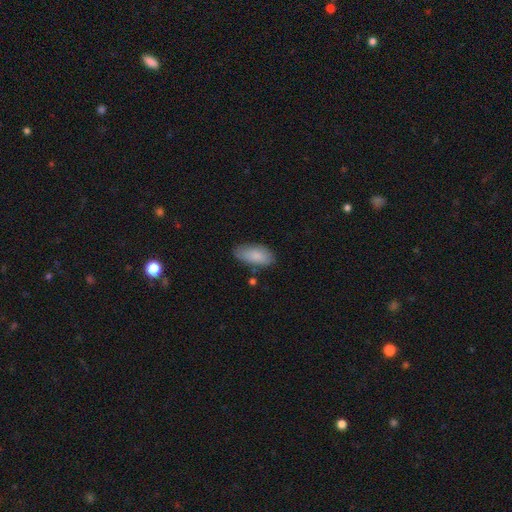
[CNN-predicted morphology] smooth 84%, featured or disk 10%, star or artifact 6%. Down the decision tree: how rounded — in between (90%); merging — none (75%).